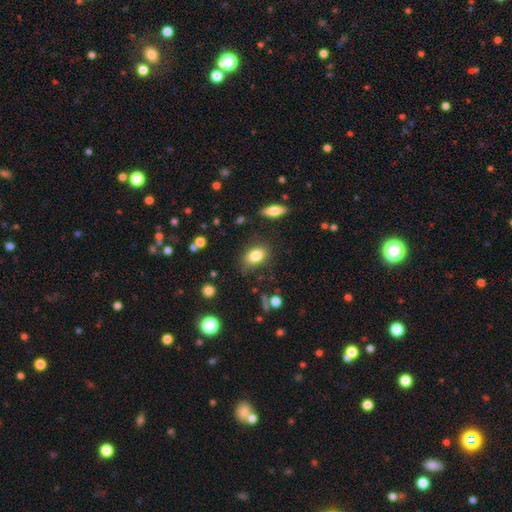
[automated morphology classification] This appears to be a smooth galaxy with no disk features (82%) that is in between round and cigar-shaped (83%). Merging: none (79%).